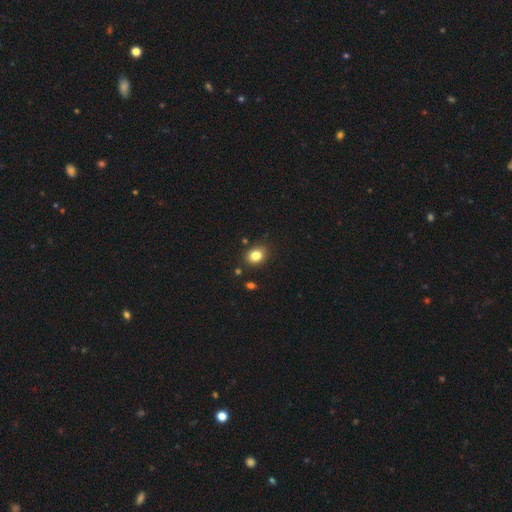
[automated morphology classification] smooth-or-featured: smooth: 83% | star or artifact: 11% | featured or disk: 6%
  how-rounded: in between: 52% | round: 47% | cigar-shaped: 1%
  merging: none: 83% | minor disturbance: 11% | merger: 3% | major disturbance: 3%